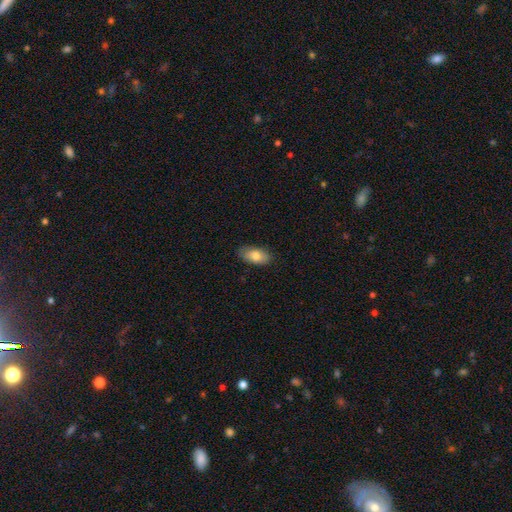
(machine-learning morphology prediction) smooth 79%, featured or disk 14%, star or artifact 7%. Down the decision tree: how rounded — in between (92%); merging — none (85%).